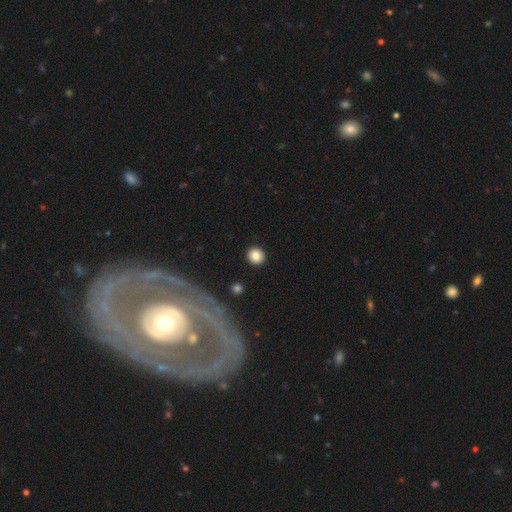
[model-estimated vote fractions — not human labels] This is clearly a smooth galaxy (85%). How rounded: clearly round (91%). Merging: clearly none (91%).